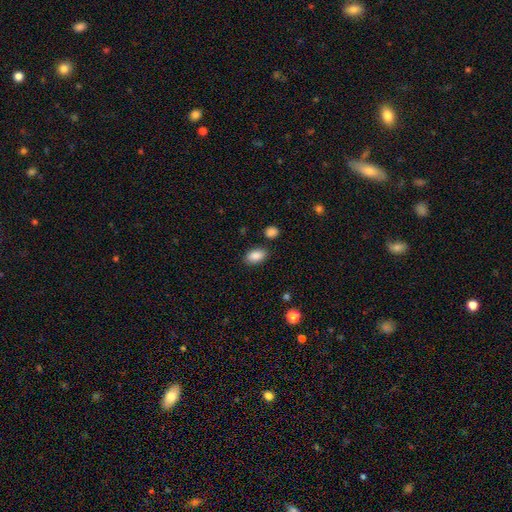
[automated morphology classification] smooth-or-featured: smooth: 88% | star or artifact: 8% | featured or disk: 4%
  how-rounded: in between: 92% | round: 7% | cigar-shaped: 2%
  merging: none: 83% | minor disturbance: 11% | merger: 4% | major disturbance: 3%